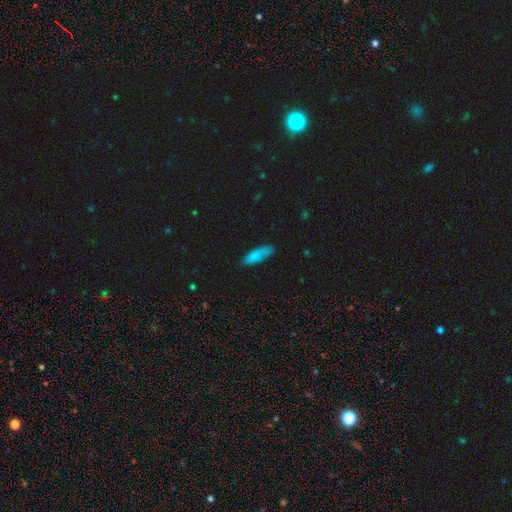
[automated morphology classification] smooth_or_featured: smooth (p=0.80) [alt: featured or disk p=0.12]
how_rounded: in between (p=0.59) [alt: cigar-shaped p=0.39]
merging: none (p=0.73) [alt: minor disturbance p=0.21]